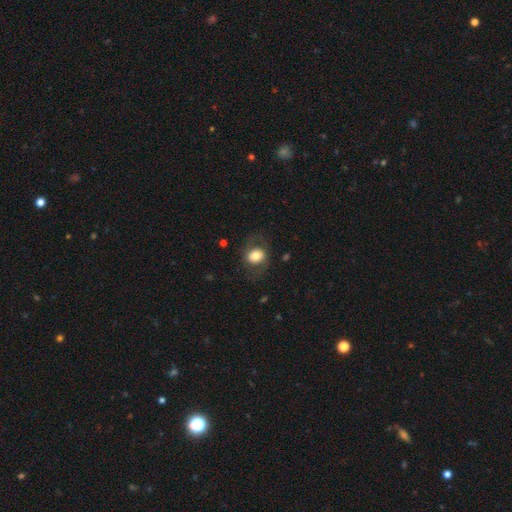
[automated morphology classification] This appears to be a smooth galaxy with no disk features (66%) that is round (51%). Merging: none (70%).